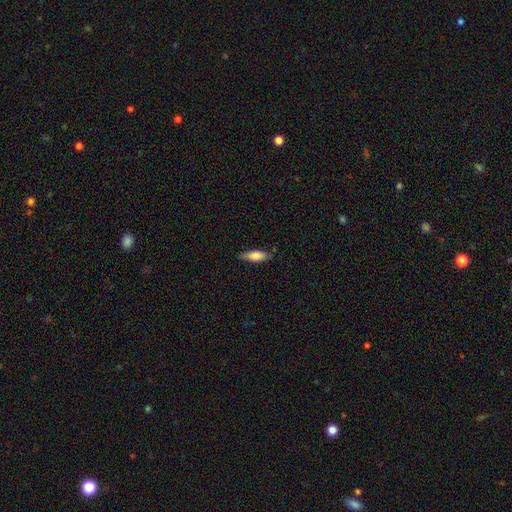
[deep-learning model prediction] smooth_or_featured: smooth (p=0.74) [alt: featured or disk p=0.20]
how_rounded: in between (p=0.52) [alt: cigar-shaped p=0.46]
merging: none (p=0.78) [alt: minor disturbance p=0.17]